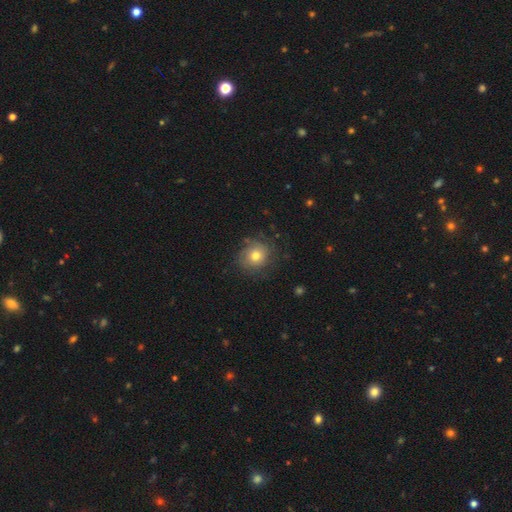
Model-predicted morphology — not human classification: Q: Smooth or featured?
A: smooth (64%); runner-up: featured or disk (25%)
Q: How rounded?
A: round (85%); runner-up: in between (14%)
Q: Merging?
A: none (76%); runner-up: minor disturbance (16%)